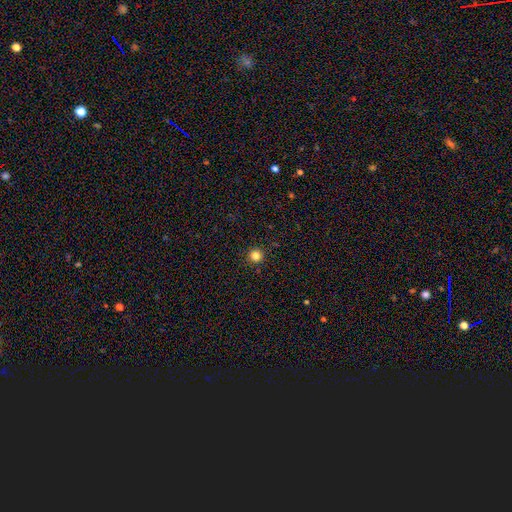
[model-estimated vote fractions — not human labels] Smooth or featured: smooth — 82% (star or artifact — 13%)
How rounded: round — 95% (in between — 4%)
Merging: none — 92% (minor disturbance — 5%)